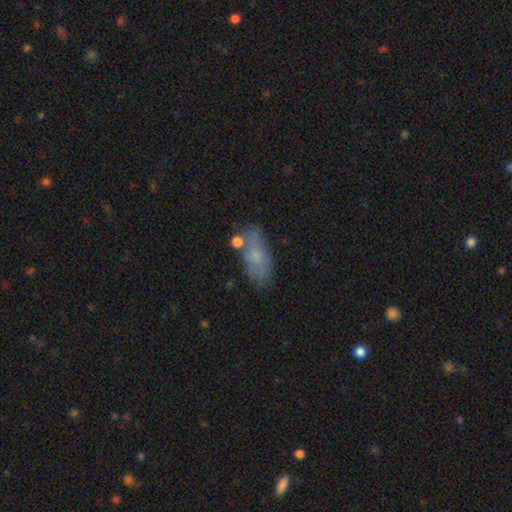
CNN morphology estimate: Smooth or featured? Predicted: smooth (p=0.66). How rounded? Predicted: in between (p=0.85). Merging? Predicted: none (p=0.58).